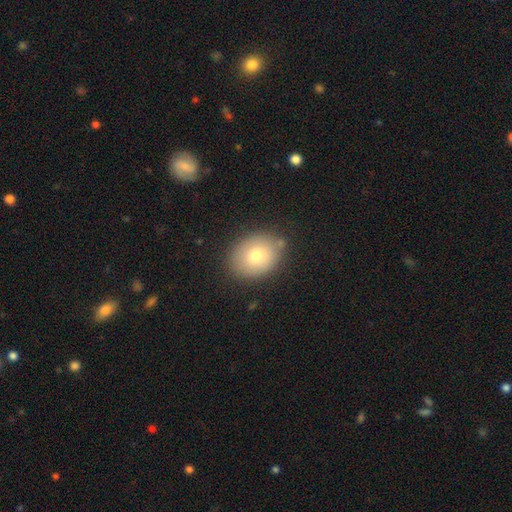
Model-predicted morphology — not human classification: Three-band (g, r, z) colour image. It shows a smooth galaxy with no disk features (75%) that is in between round and cigar-shaped (52%). Merging: none (79%).